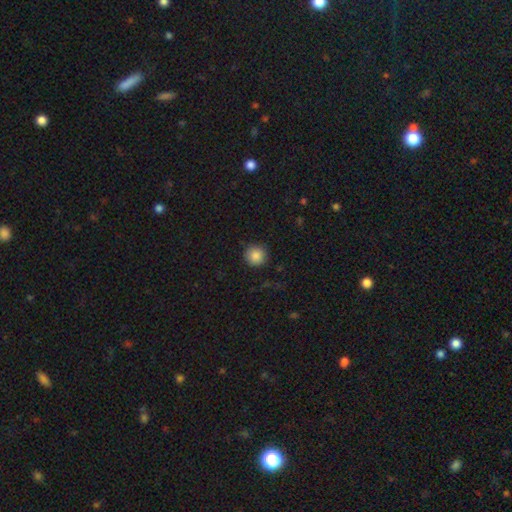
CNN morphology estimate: A smooth galaxy with no disk features (87%) that is round (95%).

Vote fractions:
- Smooth or featured? smooth: 87% / star or artifact: 9% / featured or disk: 4%
- How rounded? round: 95% / in between: 4% / cigar-shaped: 1%
- Merging? none: 90% / minor disturbance: 7% / major disturbance: 2% / merger: 1%